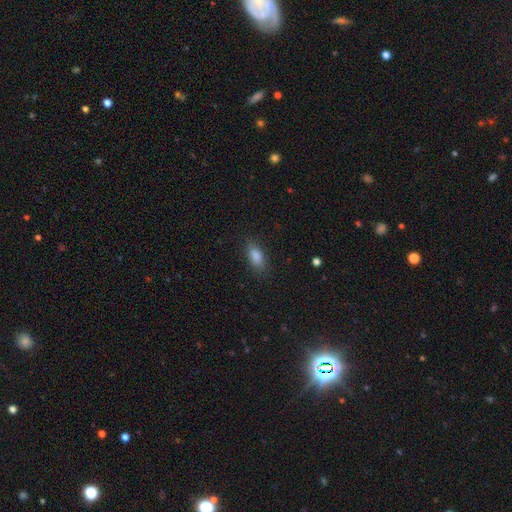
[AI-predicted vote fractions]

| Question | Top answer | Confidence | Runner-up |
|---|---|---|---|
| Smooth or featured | smooth | 84% | star or artifact (9%) |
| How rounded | in between | 78% | cigar-shaped (18%) |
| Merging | none | 86% | minor disturbance (10%) |